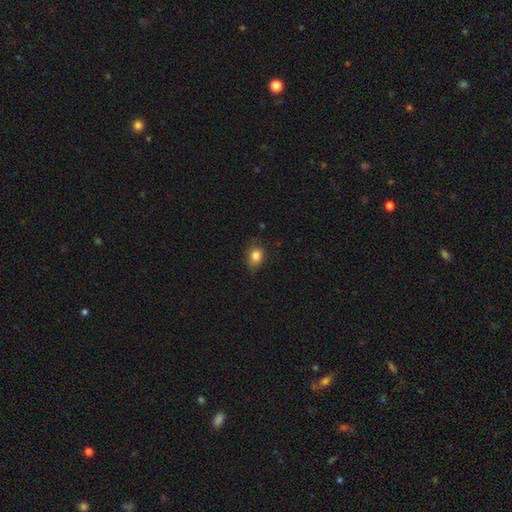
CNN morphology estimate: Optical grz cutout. It shows a smooth galaxy with no disk features (83%) that is in between round and cigar-shaped (57%). Merging: none (76%).